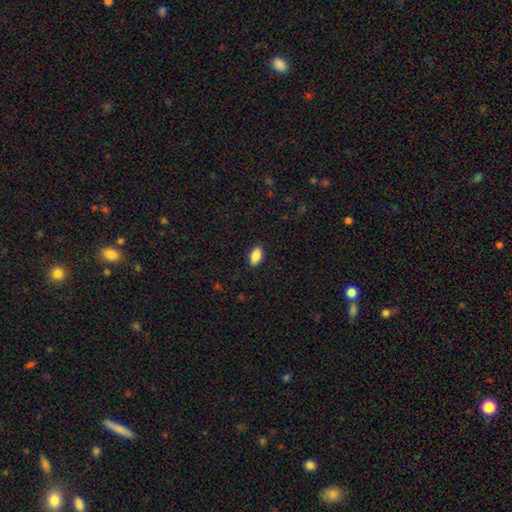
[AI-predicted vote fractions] smooth_or_featured: smooth (p=0.88) [alt: star or artifact p=0.07]
how_rounded: in between (p=0.92) [alt: cigar-shaped p=0.04]
merging: none (p=0.89) [alt: minor disturbance p=0.08]